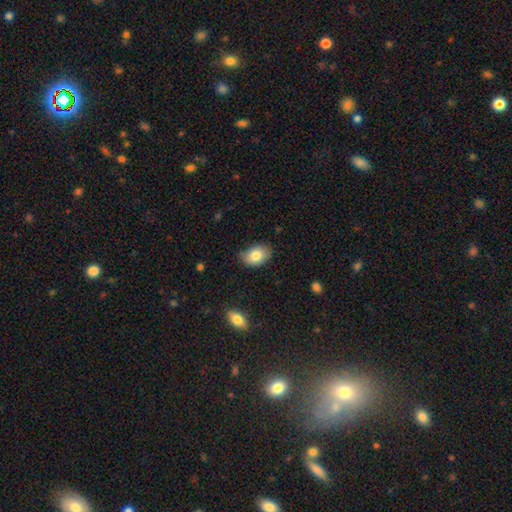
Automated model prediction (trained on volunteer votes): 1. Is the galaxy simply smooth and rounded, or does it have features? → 83% smooth, 10% featured or disk, 7% star or artifact.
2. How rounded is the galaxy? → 86% in between, 13% round, 1% cigar-shaped.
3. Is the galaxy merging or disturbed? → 76% none, 19% minor disturbance, 3% major disturbance, 1% merger.